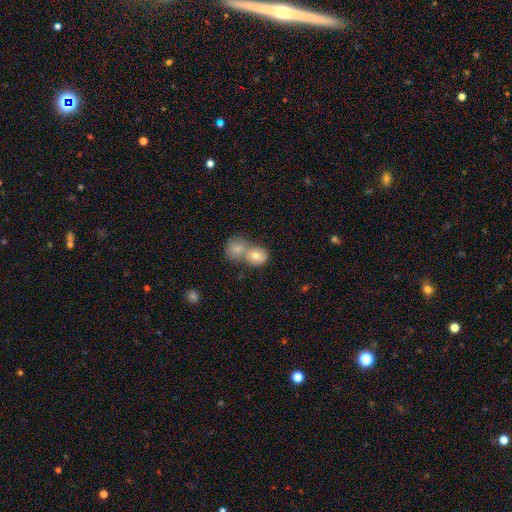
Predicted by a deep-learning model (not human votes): Smooth or featured? Predicted: smooth (p=0.77). How rounded? Predicted: round (p=0.71). Merging? Predicted: merger (p=0.58).